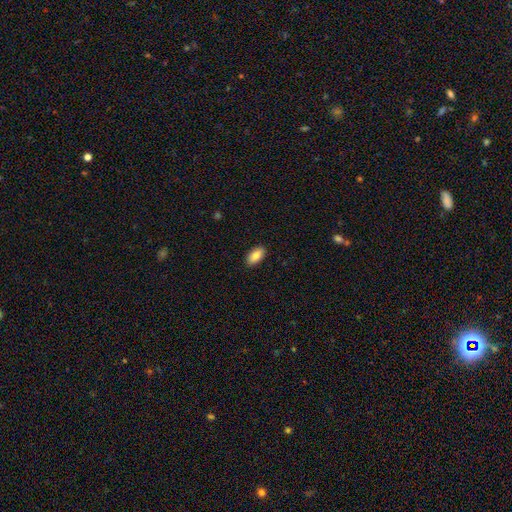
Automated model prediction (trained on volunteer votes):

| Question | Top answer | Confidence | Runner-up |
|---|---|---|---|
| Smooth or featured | smooth | 86% | featured or disk (7%) |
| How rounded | in between | 94% | cigar-shaped (3%) |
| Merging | none | 90% | minor disturbance (8%) |